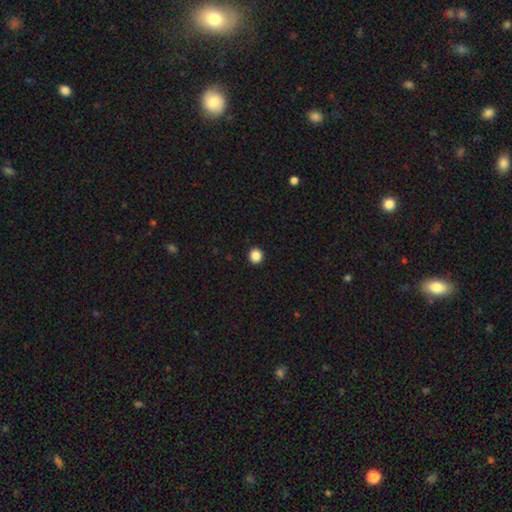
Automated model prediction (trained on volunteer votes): smooth_or_featured: smooth (p=0.87) [alt: star or artifact p=0.10]
how_rounded: round (p=0.93) [alt: in between p=0.06]
merging: none (p=0.94) [alt: minor disturbance p=0.04]